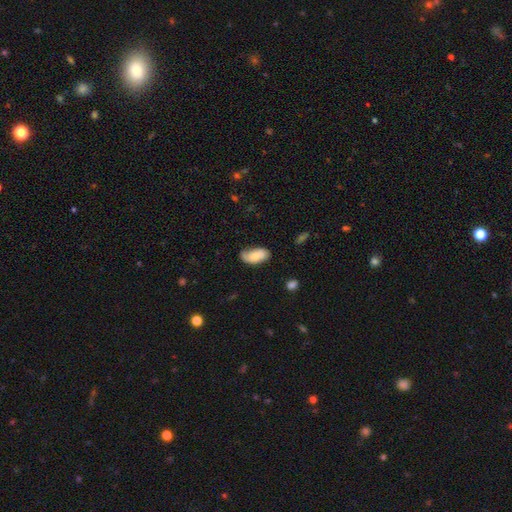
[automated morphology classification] type=smooth (69%); roundness=in between (94%); merging=none (61%).